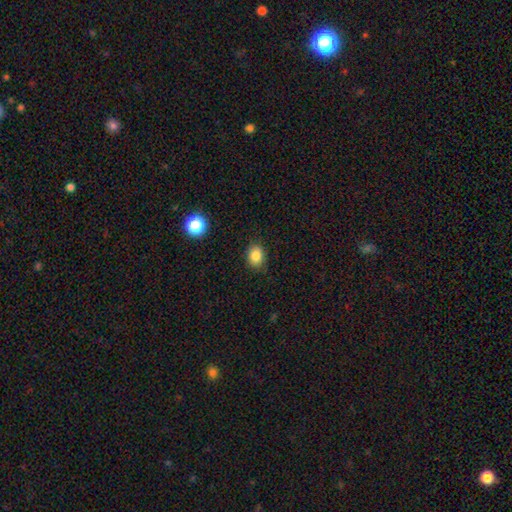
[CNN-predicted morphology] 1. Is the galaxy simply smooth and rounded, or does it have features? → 84% smooth, 10% star or artifact, 5% featured or disk.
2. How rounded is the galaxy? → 58% in between, 41% round, 1% cigar-shaped.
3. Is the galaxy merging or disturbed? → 86% none, 10% minor disturbance, 2% major disturbance, 1% merger.